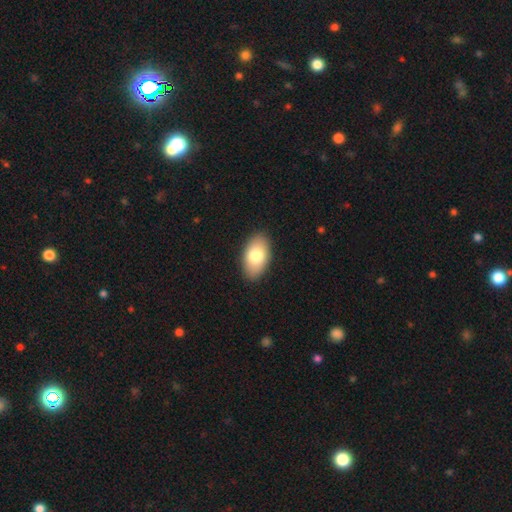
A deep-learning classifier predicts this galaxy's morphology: Smooth or featured?
  - smooth: 78% *
  - featured or disk: 16%
  - star or artifact: 7%
How rounded?
  - in between: 94% *
  - round: 4%
  - cigar-shaped: 2%
Merging?
  - none: 89% *
  - minor disturbance: 8%
  - major disturbance: 2%
  - merger: 1%